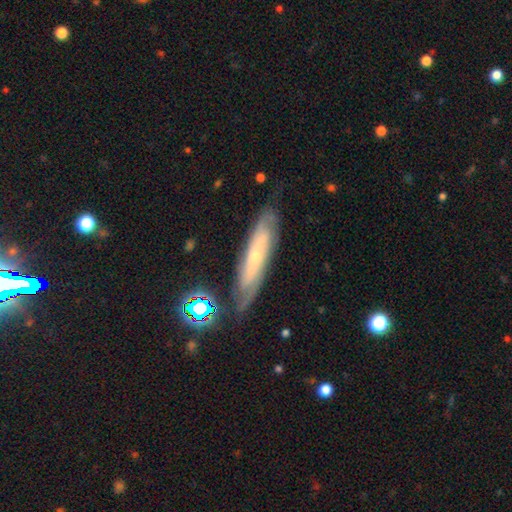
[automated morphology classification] smooth-or-featured: featured or disk: 68% | smooth: 24% | star or artifact: 8%
  disk-edge-on: no: 63% | yes: 37%
  merging: none: 75% | minor disturbance: 18% | major disturbance: 5% | merger: 2%